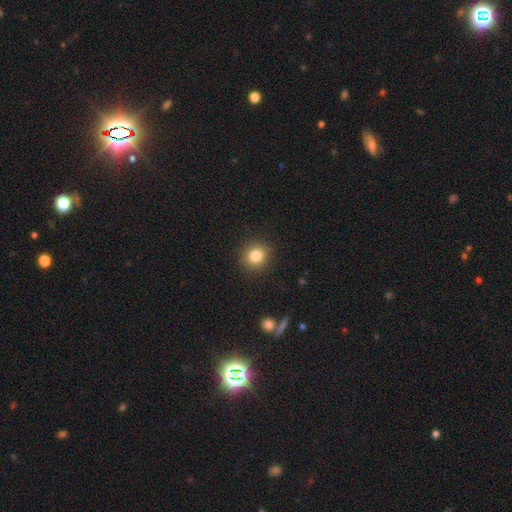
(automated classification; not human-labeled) smooth_or_featured: smooth (p=0.83) [alt: star or artifact p=0.11]
how_rounded: round (p=0.83) [alt: in between p=0.16]
merging: none (p=0.89) [alt: minor disturbance p=0.07]